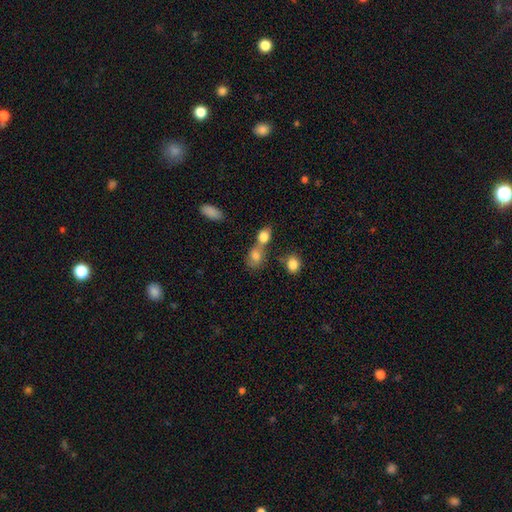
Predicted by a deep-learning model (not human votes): Morphology: type=smooth (79%); roundness=in between (55%); merging=merger (51%).